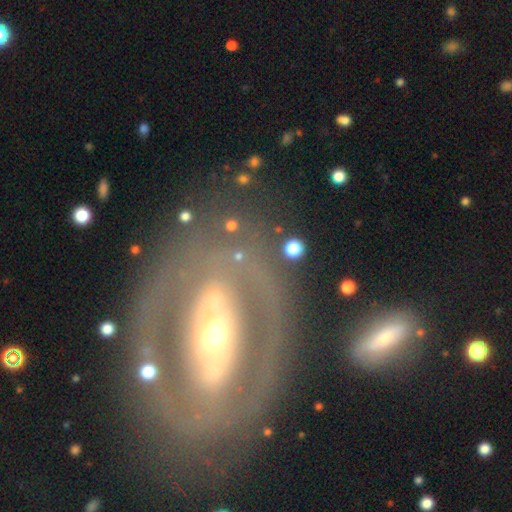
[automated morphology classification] type=featured or disk (75%); edge-on=no (89%); bar=strong (46%); spiral arms=no (59%); bulge=moderate (63%); merging=none (70%).